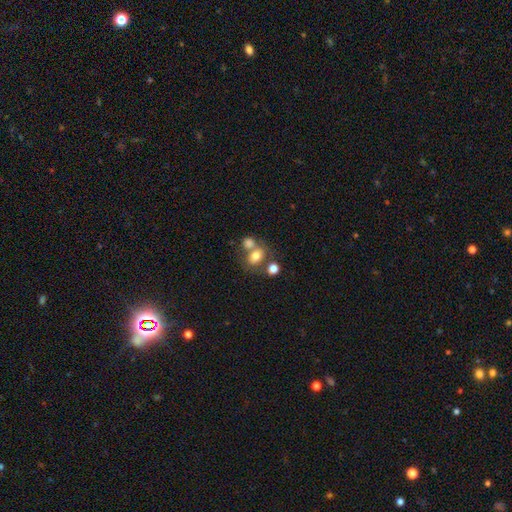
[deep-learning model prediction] smooth 73%, featured or disk 15%, star or artifact 12%. Down the decision tree: how rounded — in between (59%); merging — merger (42%).